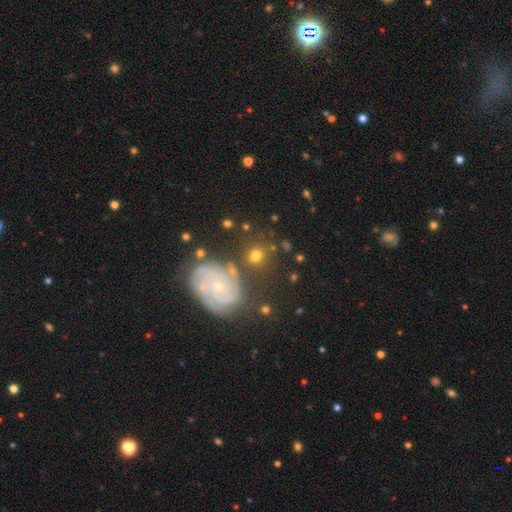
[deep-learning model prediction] Smooth or featured: smooth — 54% (featured or disk — 34%)
How rounded: round — 82% (in between — 16%)
Merging: none — 78% (minor disturbance — 11%)